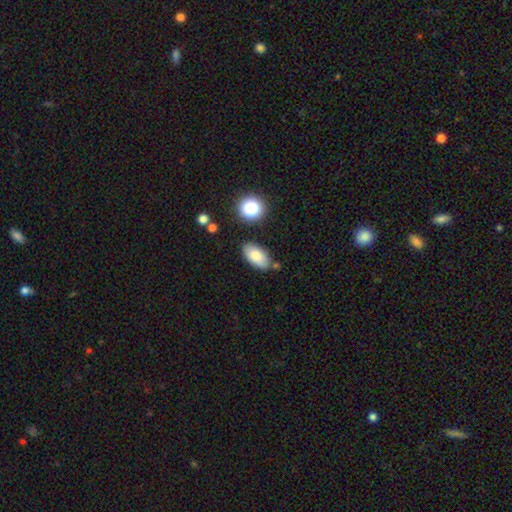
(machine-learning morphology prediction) smooth-or-featured: smooth: 82% | featured or disk: 11% | star or artifact: 7%
  how-rounded: in between: 92% | cigar-shaped: 4% | round: 4%
  merging: none: 78% | minor disturbance: 13% | merger: 6% | major disturbance: 3%